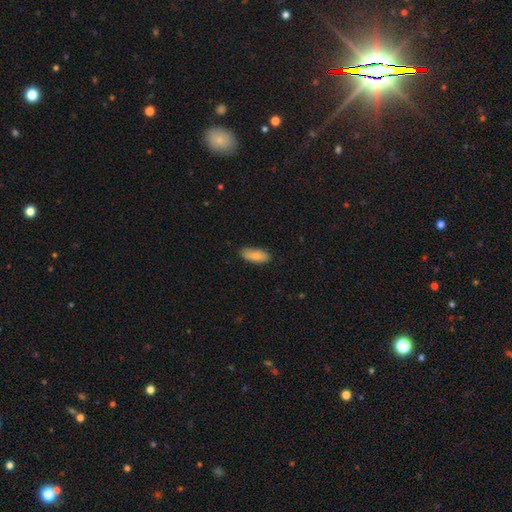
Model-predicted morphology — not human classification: Smooth or featured? smooth (81%)
How rounded? in between (78%)
Merging? none (82%)